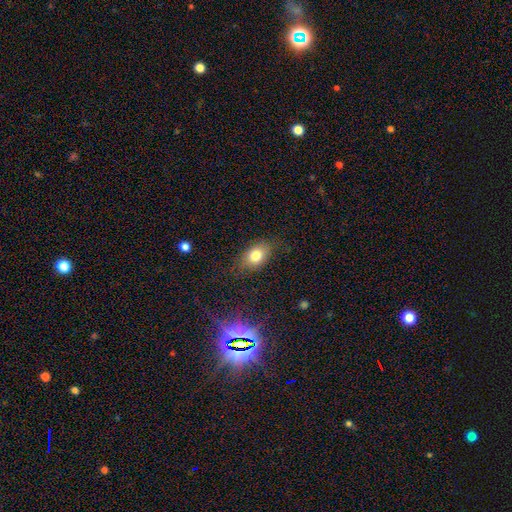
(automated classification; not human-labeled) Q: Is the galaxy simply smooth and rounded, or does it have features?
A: smooth — 77%.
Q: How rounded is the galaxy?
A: in between — 82%.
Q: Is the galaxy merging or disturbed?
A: none — 79%.